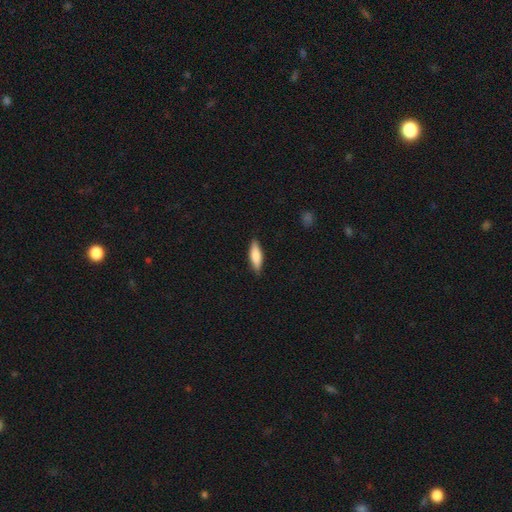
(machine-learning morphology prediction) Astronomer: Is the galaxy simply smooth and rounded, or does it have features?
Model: smooth — 78%.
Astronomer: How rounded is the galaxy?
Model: cigar-shaped — 52% (runner-up: in between, 46%).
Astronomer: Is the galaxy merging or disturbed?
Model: none — 87%.